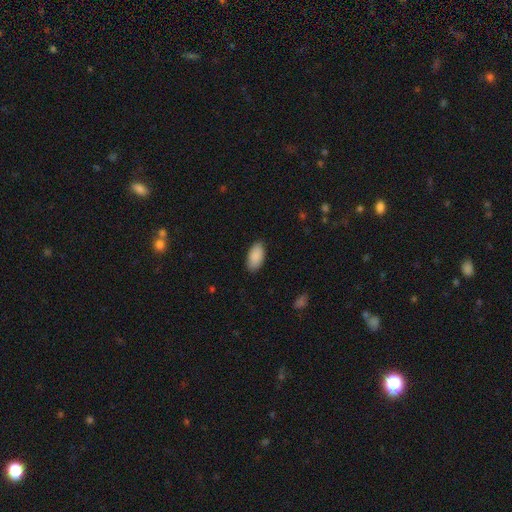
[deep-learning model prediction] Smooth or featured: smooth — 90% (star or artifact — 6%)
How rounded: in between — 94% (cigar-shaped — 3%)
Merging: none — 85% (minor disturbance — 11%)